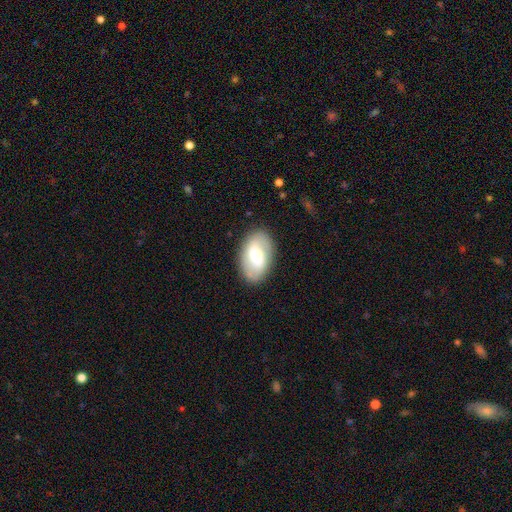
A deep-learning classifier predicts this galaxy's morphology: A featured or disk galaxy (49%). Merging: none (85%).